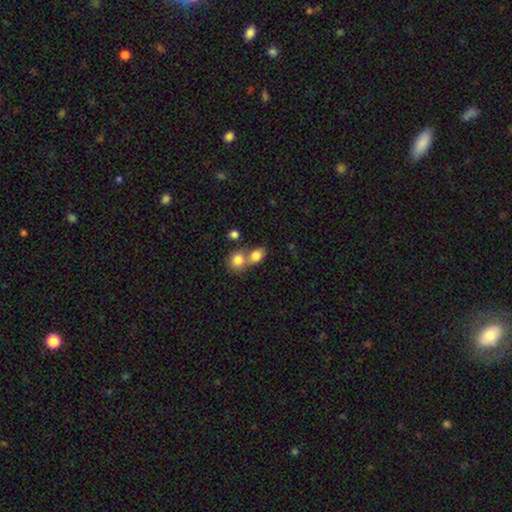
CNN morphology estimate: The model was most divided on "how rounded" (2-way tie): in between: 49%, round: 49%, cigar-shaped: 2%. More confident: smooth or featured — smooth (81%); merging — merger (57%).